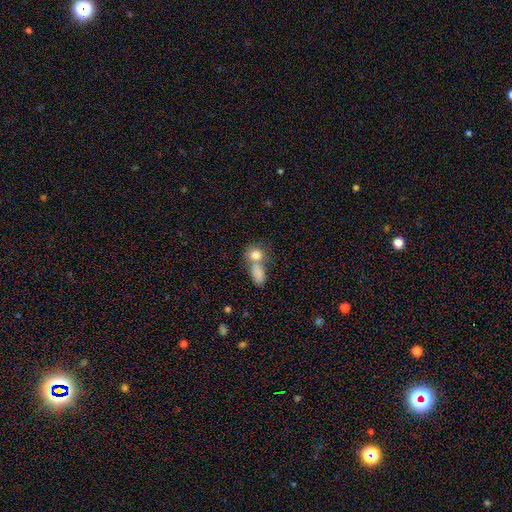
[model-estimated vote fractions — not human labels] Smooth or featured: smooth — 82% (featured or disk — 10%)
How rounded: round — 52% (in between — 46%)
Merging: merger — 54% (none — 32%)